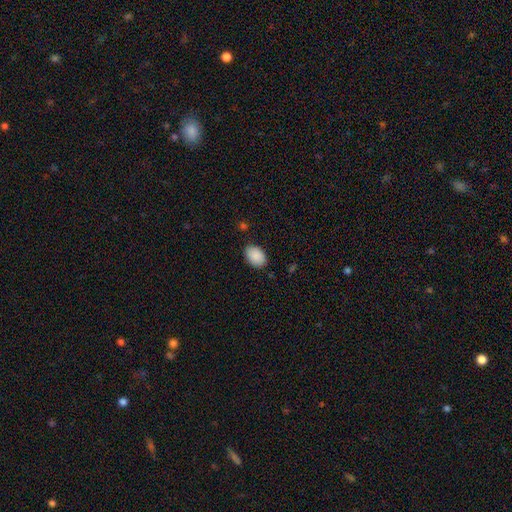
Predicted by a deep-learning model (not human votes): Smooth or featured?
  - smooth: 90% *
  - star or artifact: 7%
  - featured or disk: 4%
How rounded?
  - in between: 85% *
  - round: 14%
  - cigar-shaped: 1%
Merging?
  - none: 84% *
  - minor disturbance: 12%
  - major disturbance: 3%
  - merger: 1%